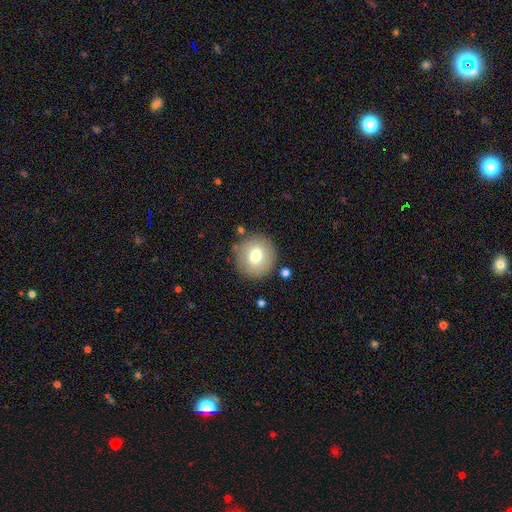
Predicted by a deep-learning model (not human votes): A smooth galaxy with no disk features (72%) that is round (91%).

Vote fractions:
- Smooth or featured? smooth: 72% / featured or disk: 18% / star or artifact: 9%
- How rounded? round: 91% / in between: 8% / cigar-shaped: 1%
- Merging? none: 85% / minor disturbance: 9% / major disturbance: 3% / merger: 3%